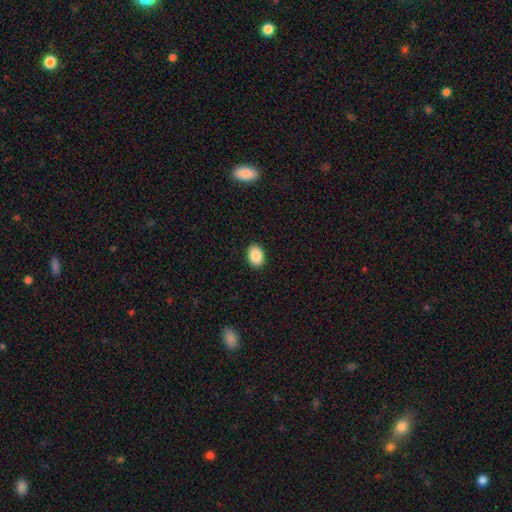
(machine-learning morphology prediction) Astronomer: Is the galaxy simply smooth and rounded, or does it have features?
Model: smooth — 87%.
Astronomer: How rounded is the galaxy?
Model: in between — 72%.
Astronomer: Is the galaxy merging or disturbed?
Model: none — 91%.